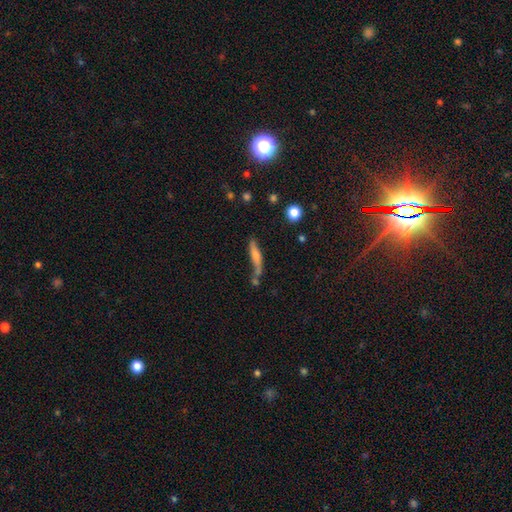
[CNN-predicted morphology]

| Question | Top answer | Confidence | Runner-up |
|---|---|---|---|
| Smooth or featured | smooth | 62% | featured or disk (30%) |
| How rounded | cigar-shaped | 81% | in between (16%) |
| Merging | none | 53% | minor disturbance (22%) |